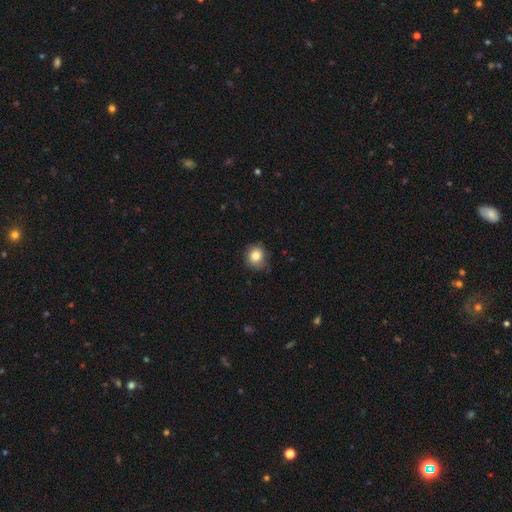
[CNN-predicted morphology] Smooth or featured: smooth — 84% (star or artifact — 9%)
How rounded: round — 79% (in between — 20%)
Merging: none — 71% (minor disturbance — 23%)